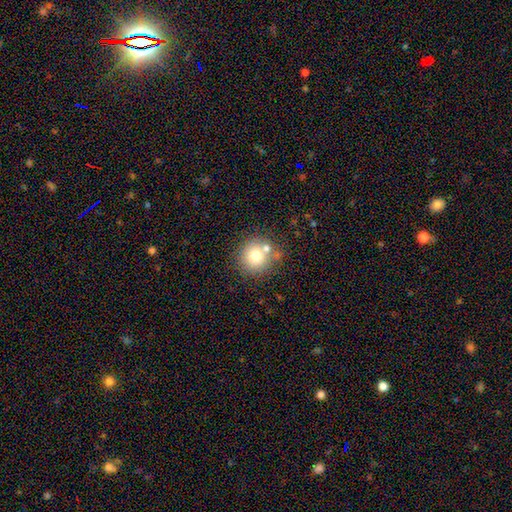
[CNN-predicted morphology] A smooth galaxy with no disk features (74%) that is round (88%). Merging: none (66%).